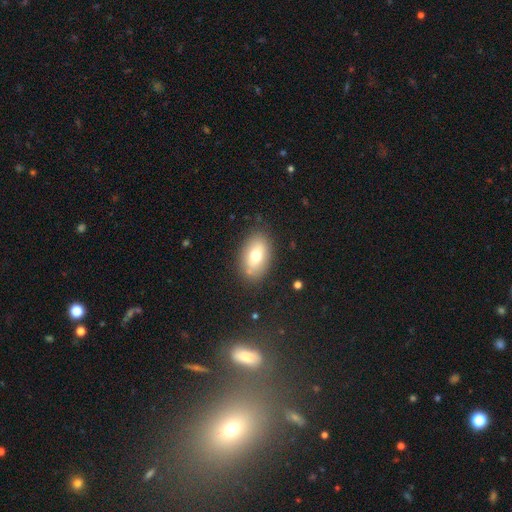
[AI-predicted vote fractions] Morphology: type=smooth (68%); roundness=in between (87%); merging=none (82%).